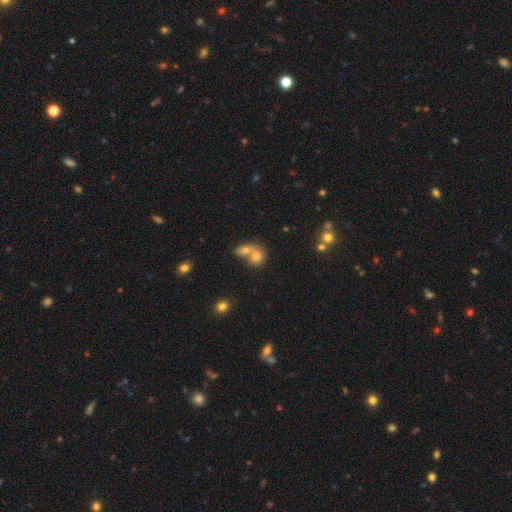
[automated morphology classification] The model was most divided on "how rounded": round: 67%, in between: 32%, cigar-shaped: 1%. More confident: smooth or featured — smooth (73%); merging — merger (67%).